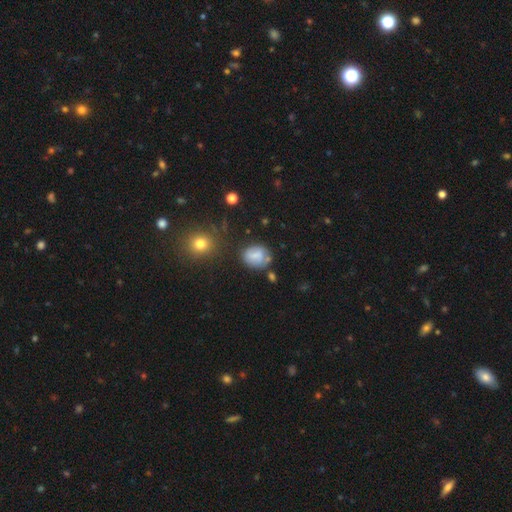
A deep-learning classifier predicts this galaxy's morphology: This appears to be a smooth galaxy with no disk features (66%) that is in between round and cigar-shaped (51%). Merging: none (61%).